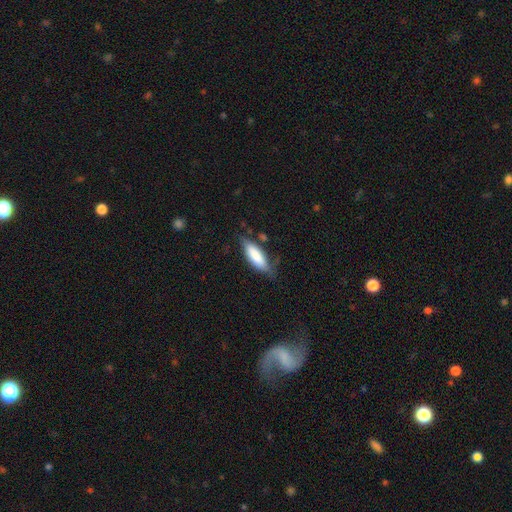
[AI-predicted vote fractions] A smooth galaxy with no disk features (77%) that is in between round and cigar-shaped (60%).

Vote fractions:
- Smooth or featured? smooth: 77% / featured or disk: 17% / star or artifact: 6%
- How rounded? in between: 60% / cigar-shaped: 39% / round: 2%
- Merging? none: 64% / minor disturbance: 25% / major disturbance: 7% / merger: 3%